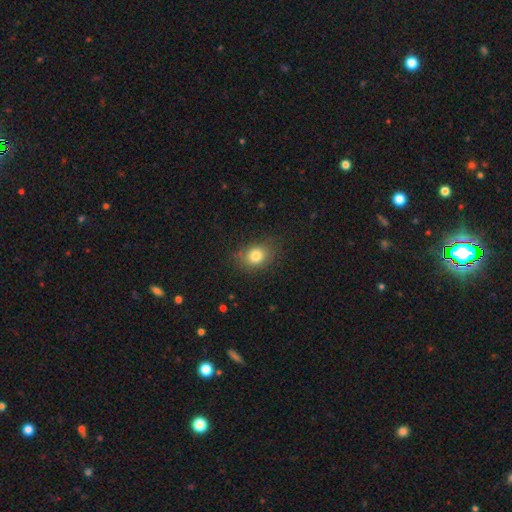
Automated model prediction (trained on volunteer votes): Smooth or featured: smooth — 81% (star or artifact — 11%)
How rounded: in between — 50% (round — 49%)
Merging: none — 77% (minor disturbance — 16%)